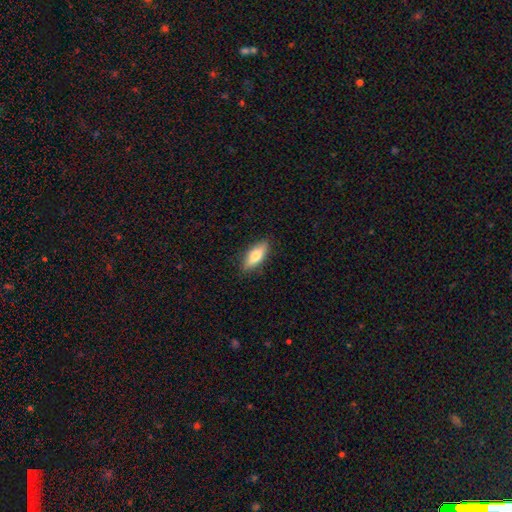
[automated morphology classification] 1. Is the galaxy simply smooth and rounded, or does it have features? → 70% smooth, 24% featured or disk, 6% star or artifact.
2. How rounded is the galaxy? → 63% in between, 34% cigar-shaped, 2% round.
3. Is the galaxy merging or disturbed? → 86% none, 11% minor disturbance, 2% major disturbance, 1% merger.